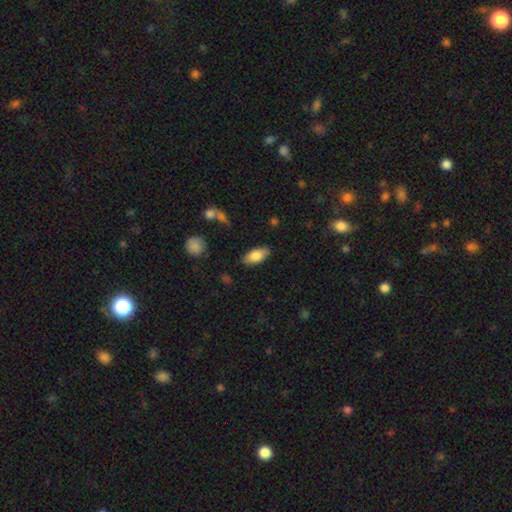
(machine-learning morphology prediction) smooth 81%, featured or disk 12%, star or artifact 7%. Down the decision tree: how rounded — in between (90%); merging — none (84%).